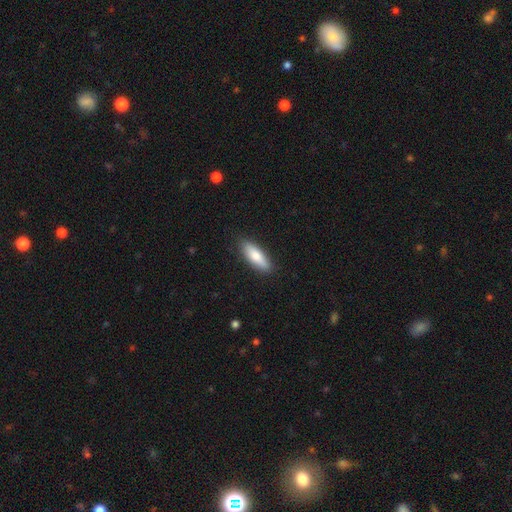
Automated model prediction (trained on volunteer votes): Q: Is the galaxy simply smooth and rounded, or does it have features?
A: smooth — 78%.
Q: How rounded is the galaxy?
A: in between — 54%.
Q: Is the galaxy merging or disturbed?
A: none — 88%.